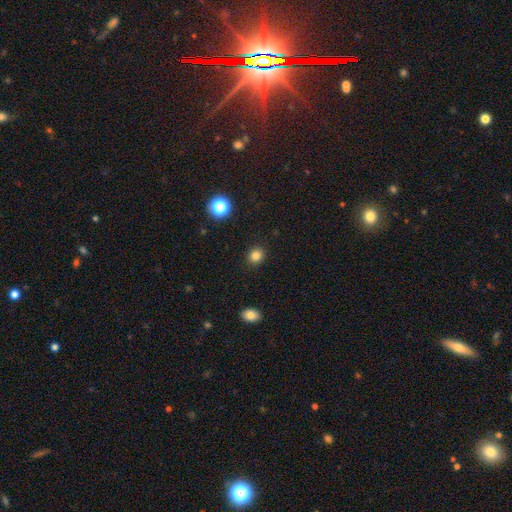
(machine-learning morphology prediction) smooth-or-featured: smooth: 83% | star or artifact: 13% | featured or disk: 5%
  how-rounded: round: 78% | in between: 21% | cigar-shaped: 1%
  merging: none: 90% | minor disturbance: 6% | major disturbance: 2% | merger: 1%